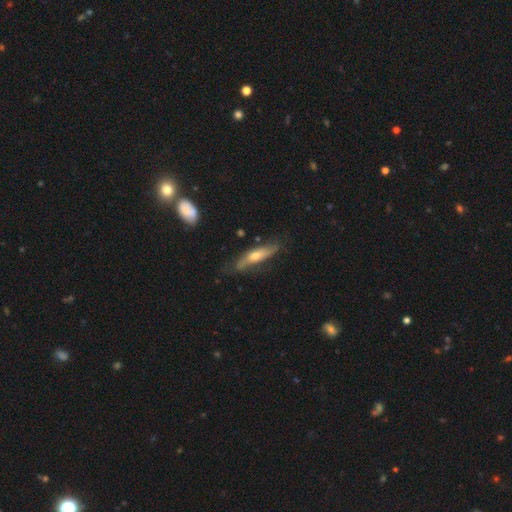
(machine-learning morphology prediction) This appears to be a featured or disk galaxy (58%) viewed edge-on (67%). Merging: none (67%).